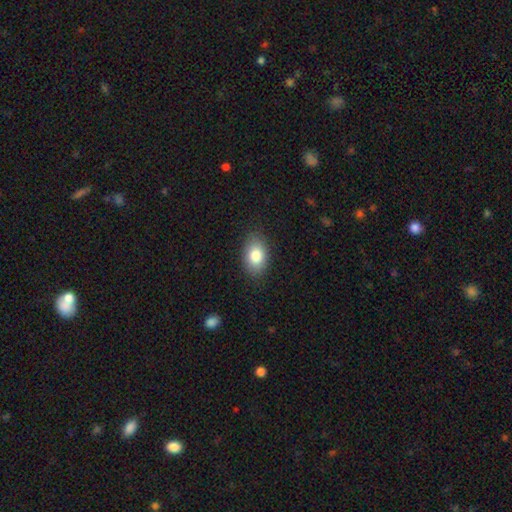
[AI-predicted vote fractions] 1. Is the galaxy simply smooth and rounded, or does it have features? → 82% smooth, 10% featured or disk, 8% star or artifact.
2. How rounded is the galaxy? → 86% in between, 12% round, 1% cigar-shaped.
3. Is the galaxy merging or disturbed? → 86% none, 10% minor disturbance, 3% major disturbance, 1% merger.